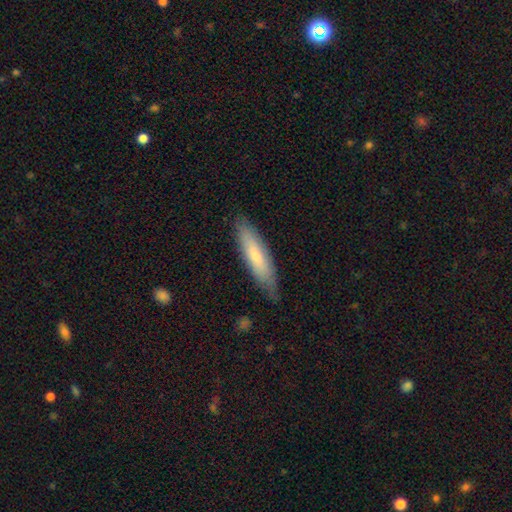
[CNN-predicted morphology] smooth_or_featured: smooth (p=0.72) [alt: featured or disk p=0.23]
how_rounded: cigar-shaped (p=0.76) [alt: in between p=0.23]
merging: none (p=0.80) [alt: minor disturbance p=0.16]